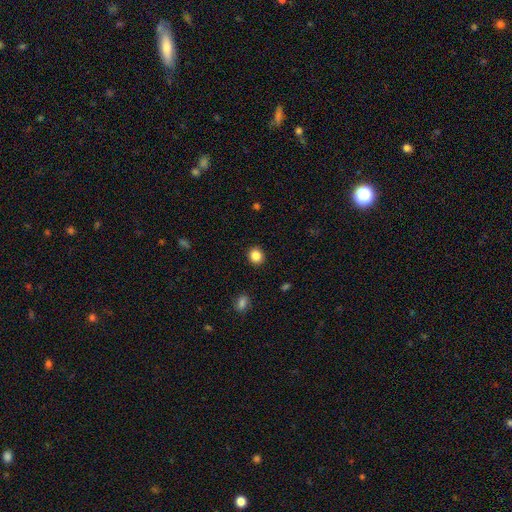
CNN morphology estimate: This appears to be a smooth galaxy with no disk features (85%) that is round (83%). Merging: none (92%).